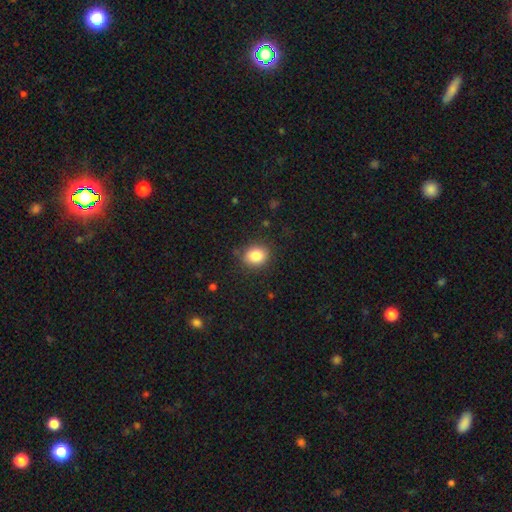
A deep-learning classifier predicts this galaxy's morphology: smooth 85%, star or artifact 9%, featured or disk 5%. Down the decision tree: how rounded — round (56%); merging — none (85%).